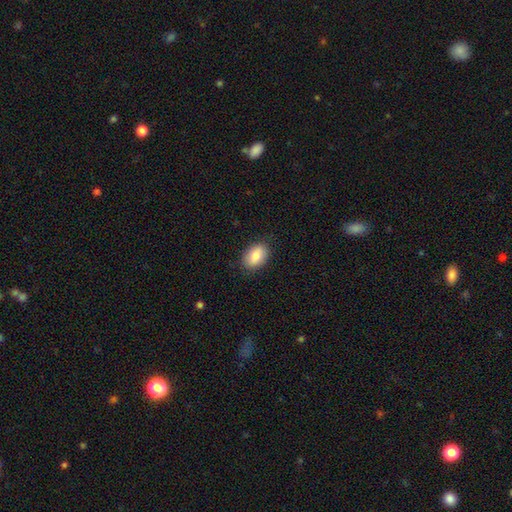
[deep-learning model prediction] The model was most divided on "merging": none: 86%, minor disturbance: 10%, major disturbance: 2%, merger: 1%. More confident: how rounded — in between (89%); smooth or featured — smooth (86%).